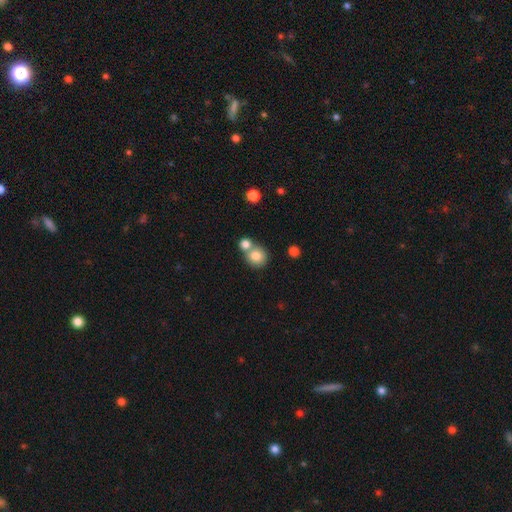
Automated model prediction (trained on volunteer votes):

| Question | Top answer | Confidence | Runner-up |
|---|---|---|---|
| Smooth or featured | smooth | 80% | featured or disk (10%) |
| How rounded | round | 85% | in between (14%) |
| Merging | none | 47% | merger (43%) |